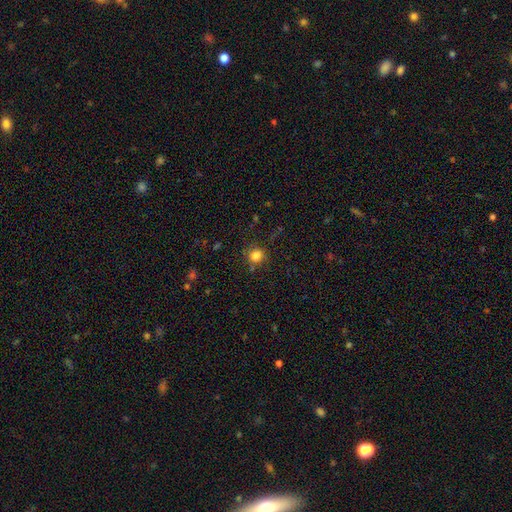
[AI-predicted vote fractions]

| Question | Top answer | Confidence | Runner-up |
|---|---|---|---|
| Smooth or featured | smooth | 82% | star or artifact (13%) |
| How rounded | round | 84% | in between (15%) |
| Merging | none | 78% | minor disturbance (14%) |